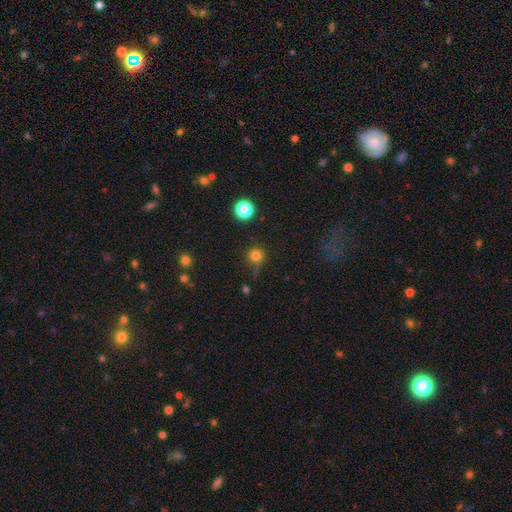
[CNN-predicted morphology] Overall: smooth (78%). How rounded: round (94%). Merging: none (70%).